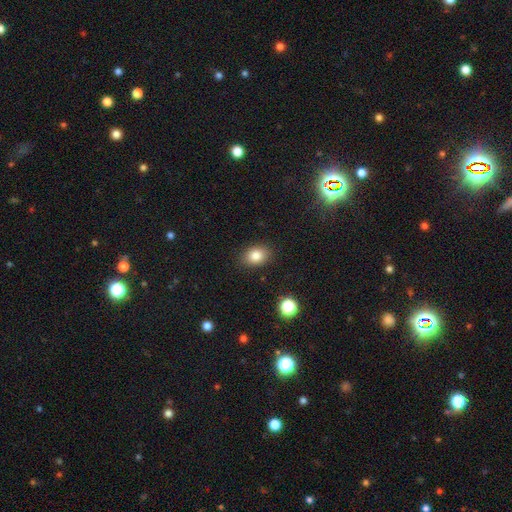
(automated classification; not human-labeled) smooth 83%, star or artifact 10%, featured or disk 7%. Down the decision tree: how rounded — in between (67%); merging — none (86%).